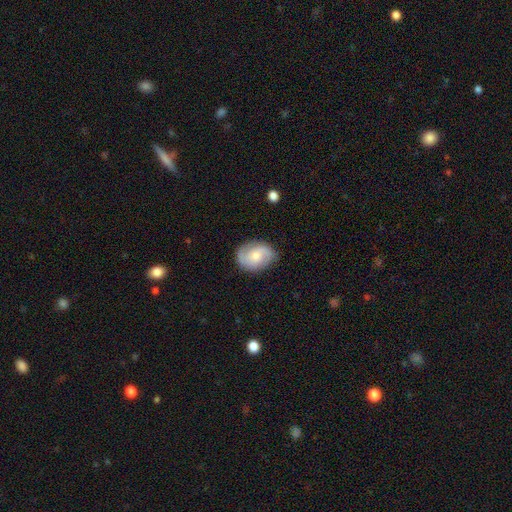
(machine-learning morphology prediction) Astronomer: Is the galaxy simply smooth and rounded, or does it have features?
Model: featured or disk — 62%.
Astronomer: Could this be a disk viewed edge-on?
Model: no — 97%.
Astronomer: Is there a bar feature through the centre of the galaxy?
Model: no — 61%.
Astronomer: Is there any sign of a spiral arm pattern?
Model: yes — 90%.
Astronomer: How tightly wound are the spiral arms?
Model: medium — 46% (runner-up: tight, 29%).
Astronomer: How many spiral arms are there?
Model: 2 — 82%.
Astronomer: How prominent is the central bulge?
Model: moderate — 47%, tied with small at 47%.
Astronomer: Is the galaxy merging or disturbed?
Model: none — 80%.